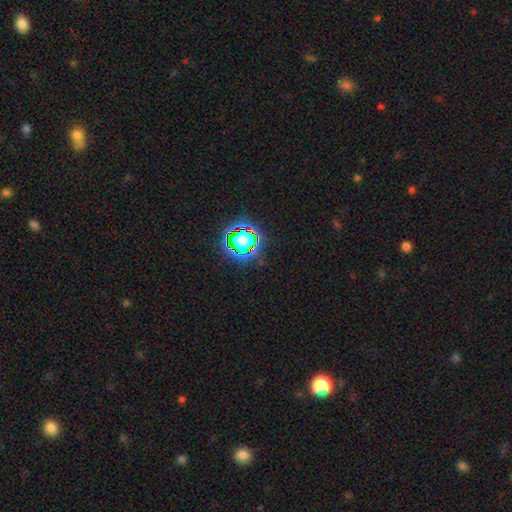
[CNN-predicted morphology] This is likely a star or artifact rather than a galaxy (79%).